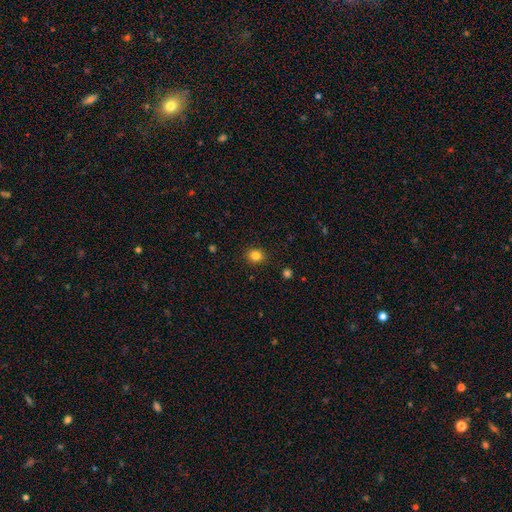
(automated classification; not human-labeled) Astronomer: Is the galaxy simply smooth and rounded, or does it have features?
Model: smooth — 83%.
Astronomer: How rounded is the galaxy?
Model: round — 75%.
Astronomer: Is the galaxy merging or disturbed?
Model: none — 90%.